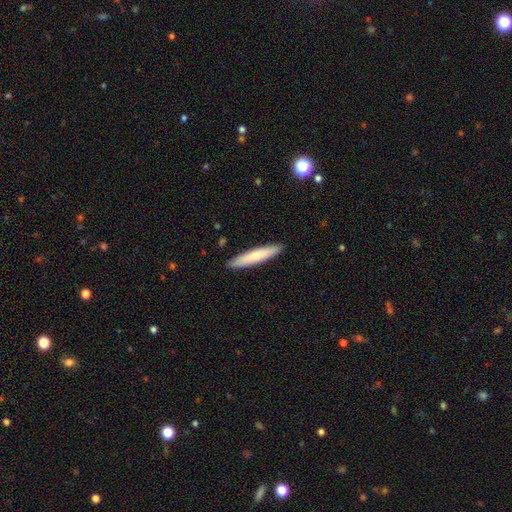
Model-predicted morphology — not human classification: This is likely a smooth galaxy (74%). How rounded: clearly cigar-shaped (91%). Merging: clearly none (91%).